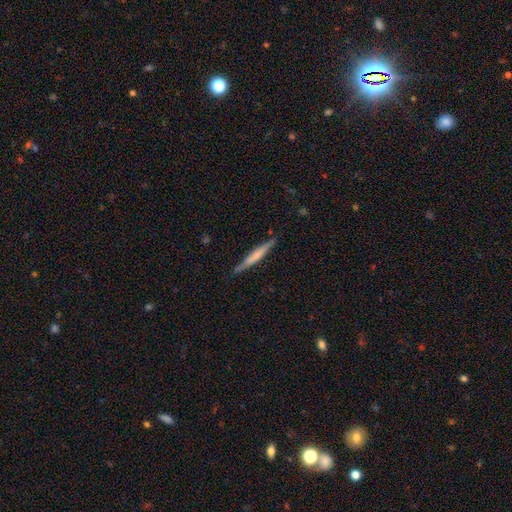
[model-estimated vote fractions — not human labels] Smooth or featured? Predicted: smooth (p=0.48). Merging? Predicted: none (p=0.87).